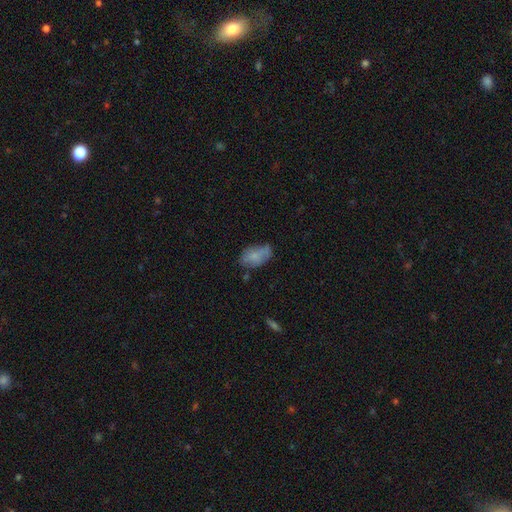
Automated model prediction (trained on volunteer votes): smooth 72%, featured or disk 20%, star or artifact 8%. Down the decision tree: how rounded — in between (92%); merging — none (50%).